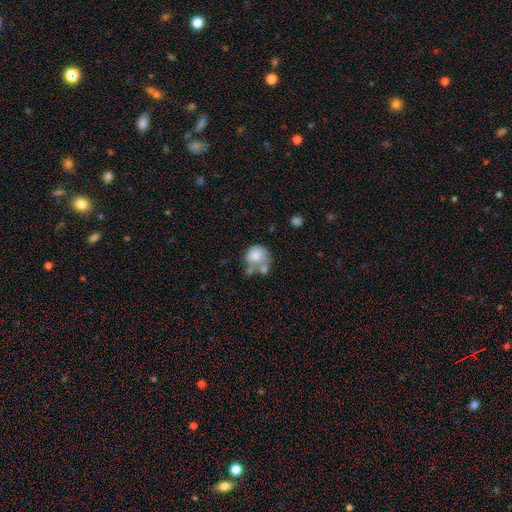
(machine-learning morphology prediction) Smooth or featured? Predicted: smooth (p=0.74). How rounded? Predicted: round (p=0.79). Merging? Predicted: merger (p=0.37).